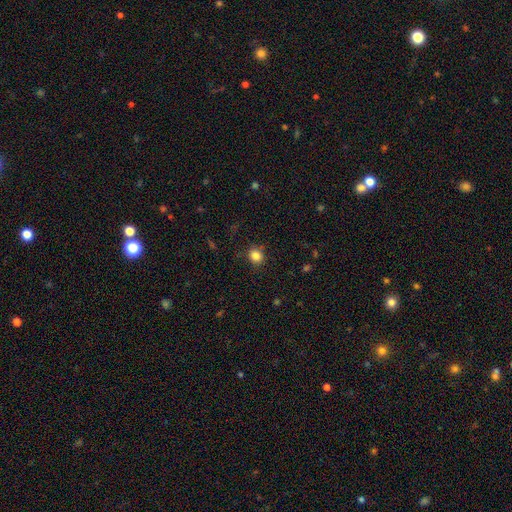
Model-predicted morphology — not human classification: A smooth galaxy with no disk features (83%) that is round (75%). Merging: none (84%).